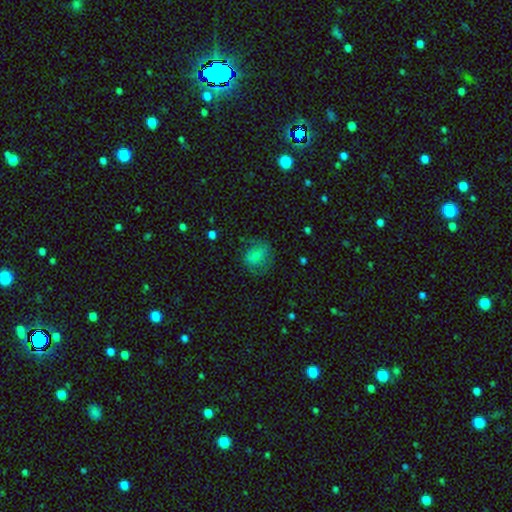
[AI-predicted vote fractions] smooth_or_featured: smooth (p=0.64) [alt: featured or disk p=0.23]
how_rounded: round (p=0.68) [alt: in between p=0.31]
merging: none (p=0.71) [alt: minor disturbance p=0.19]